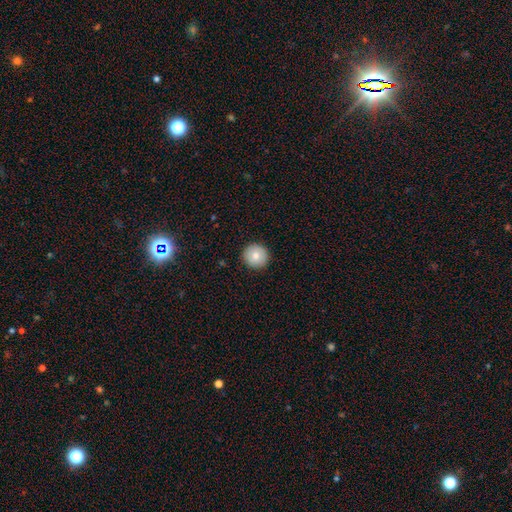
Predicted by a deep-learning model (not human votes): The model was most divided on "smooth or featured": smooth: 80%, featured or disk: 12%, star or artifact: 8%. More confident: how rounded — round (95%); merging — none (92%).